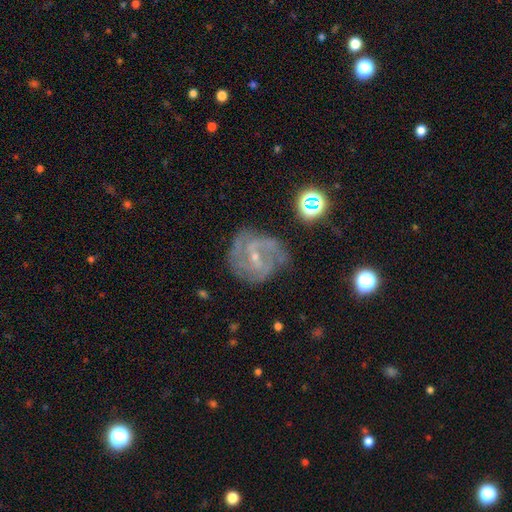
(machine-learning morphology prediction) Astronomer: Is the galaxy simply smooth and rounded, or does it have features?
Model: featured or disk — 83%.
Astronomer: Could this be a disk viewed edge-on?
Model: no — 98%.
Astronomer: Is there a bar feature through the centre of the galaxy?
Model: weak — 54%.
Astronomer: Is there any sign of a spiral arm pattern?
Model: yes — 93%.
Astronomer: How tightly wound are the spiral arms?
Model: medium — 48% (runner-up: tight, 35%).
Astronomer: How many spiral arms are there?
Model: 2 — 51%.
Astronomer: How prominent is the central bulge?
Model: small — 75%.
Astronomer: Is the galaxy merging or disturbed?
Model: none — 62%.